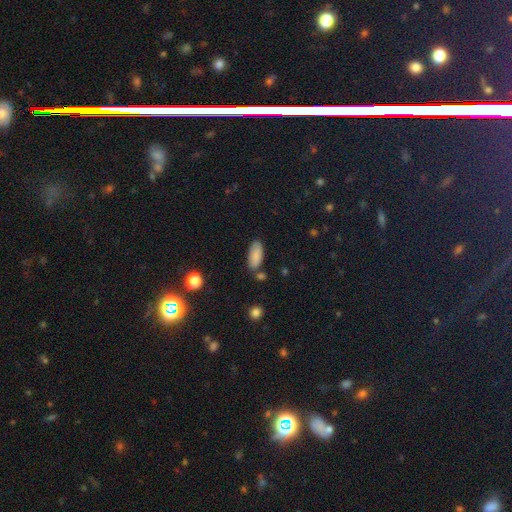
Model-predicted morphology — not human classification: Smooth or featured: smooth — 85% (star or artifact — 8%)
How rounded: in between — 86% (cigar-shaped — 12%)
Merging: none — 74% (minor disturbance — 16%)